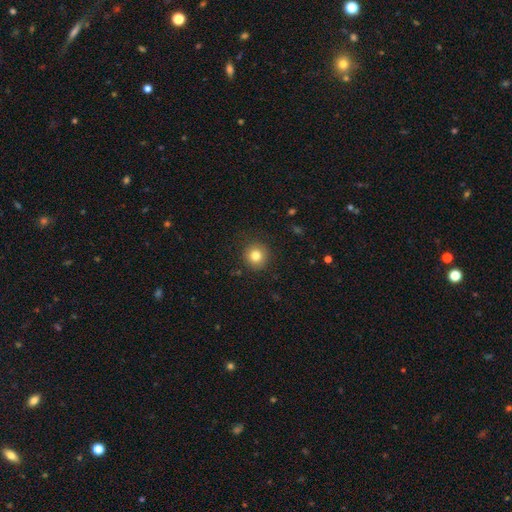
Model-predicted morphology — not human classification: A smooth galaxy with no disk features (81%) that is round (93%).

Vote fractions:
- Smooth or featured? smooth: 81% / star or artifact: 11% / featured or disk: 8%
- How rounded? round: 93% / in between: 6% / cigar-shaped: 1%
- Merging? none: 90% / minor disturbance: 7% / major disturbance: 2% / merger: 1%